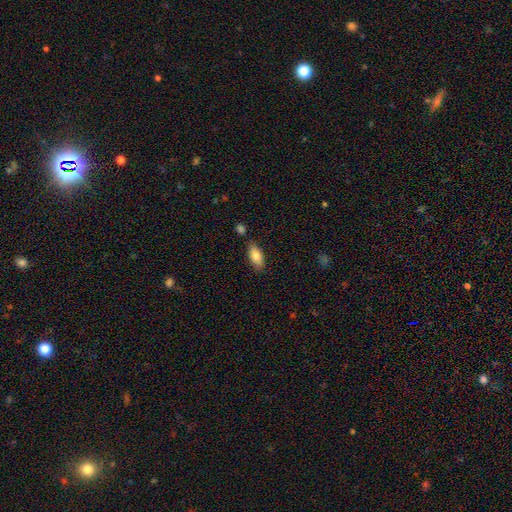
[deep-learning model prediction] This is clearly a smooth galaxy (82%). How rounded: clearly in between (85%). Merging: likely none (78%).